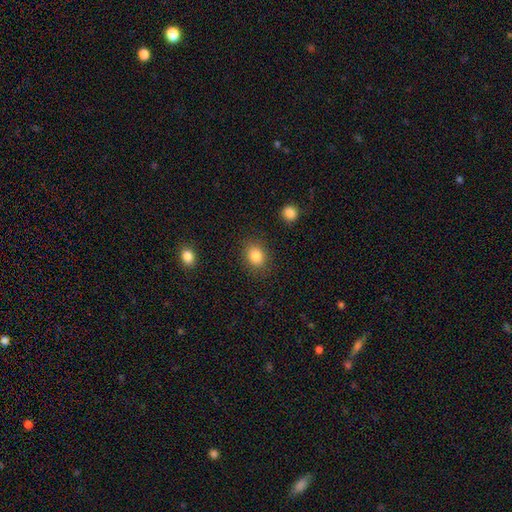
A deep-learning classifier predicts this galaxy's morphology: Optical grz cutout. It shows a smooth galaxy with no disk features (85%) that is round (52%). Merging: none (86%).